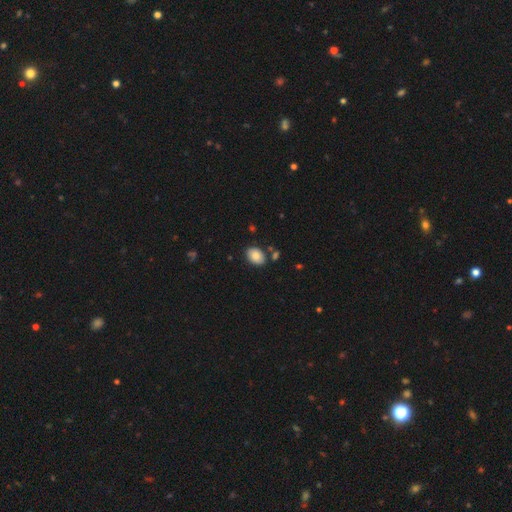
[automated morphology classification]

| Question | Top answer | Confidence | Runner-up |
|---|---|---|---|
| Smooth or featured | smooth | 85% | star or artifact (8%) |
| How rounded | in between | 83% | round (16%) |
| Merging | none | 80% | minor disturbance (11%) |